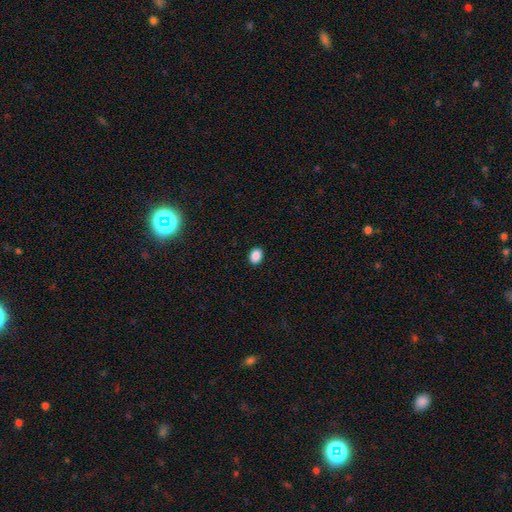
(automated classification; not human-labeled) Smooth or featured: smooth — 88% (star or artifact — 9%)
How rounded: in between — 66% (round — 33%)
Merging: none — 91% (minor disturbance — 6%)